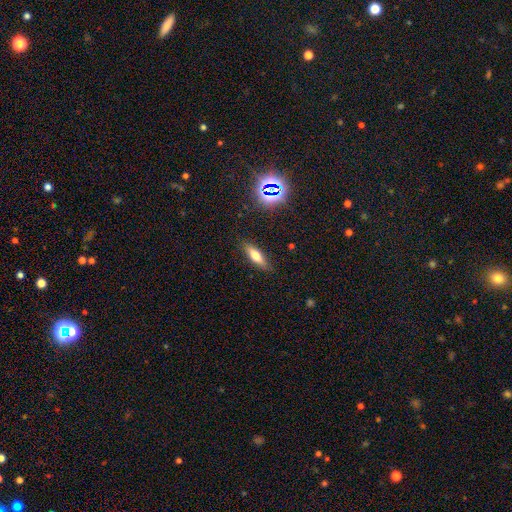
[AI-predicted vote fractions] A smooth galaxy with no disk features (65%) that is cigar-shaped (49%). Merging: none (87%).